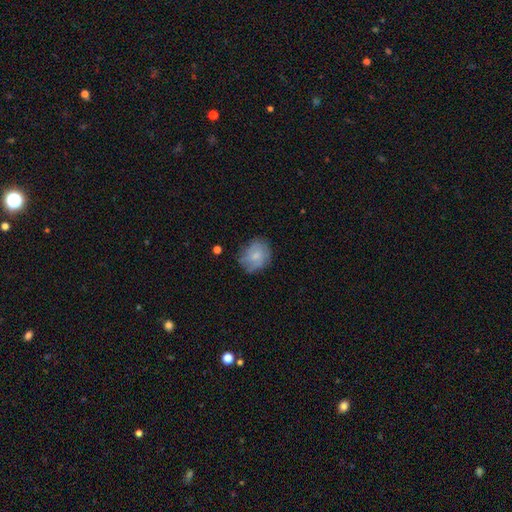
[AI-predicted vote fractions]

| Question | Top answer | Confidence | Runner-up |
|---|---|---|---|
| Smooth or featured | smooth | 64% | featured or disk (28%) |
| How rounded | round | 61% | in between (38%) |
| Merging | none | 67% | minor disturbance (24%) |